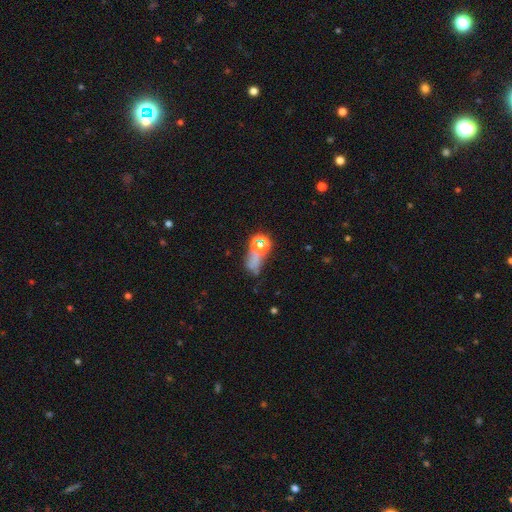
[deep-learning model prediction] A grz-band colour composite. It shows a smooth galaxy with no disk features (43%). Merging: none (35%).